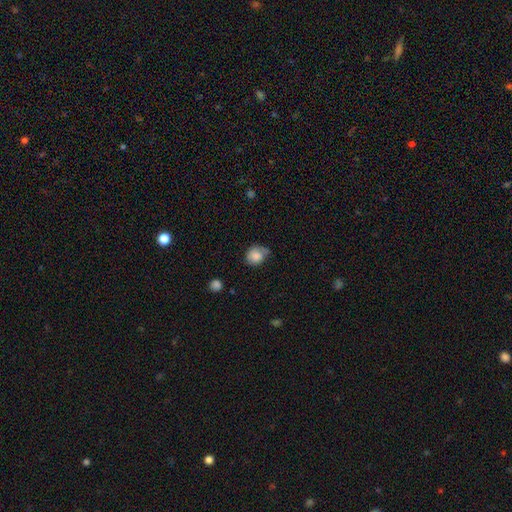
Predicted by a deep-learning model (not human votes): smooth-or-featured: smooth: 82% | featured or disk: 9% | star or artifact: 9%
  how-rounded: round: 66% | in between: 33% | cigar-shaped: 1%
  merging: none: 50% | minor disturbance: 33% | major disturbance: 10% | merger: 7%